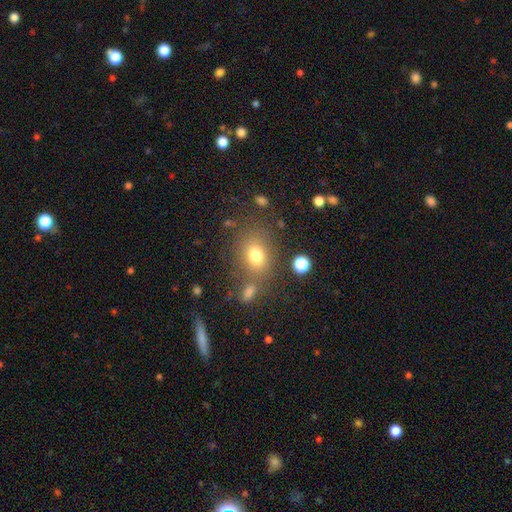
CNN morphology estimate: A smooth galaxy with no disk features (76%) that is in between round and cigar-shaped (56%).

Vote fractions:
- Smooth or featured? smooth: 76% / star or artifact: 13% / featured or disk: 11%
- How rounded? in between: 56% / round: 42% / cigar-shaped: 1%
- Merging? none: 68% / minor disturbance: 14% / merger: 12% / major disturbance: 7%